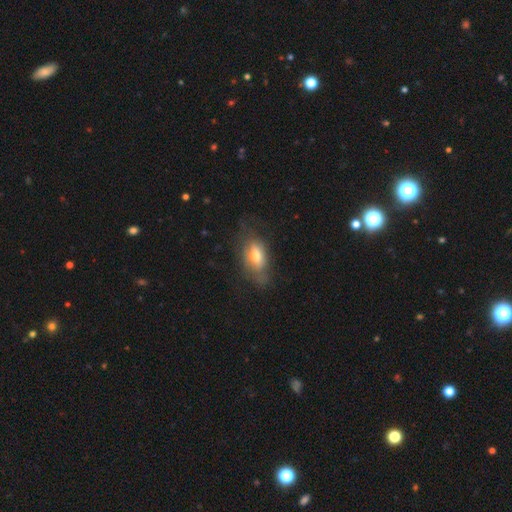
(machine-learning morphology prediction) This is possibly a smooth galaxy (59%). How rounded: clearly in between (87%). Merging: possibly none (52%).